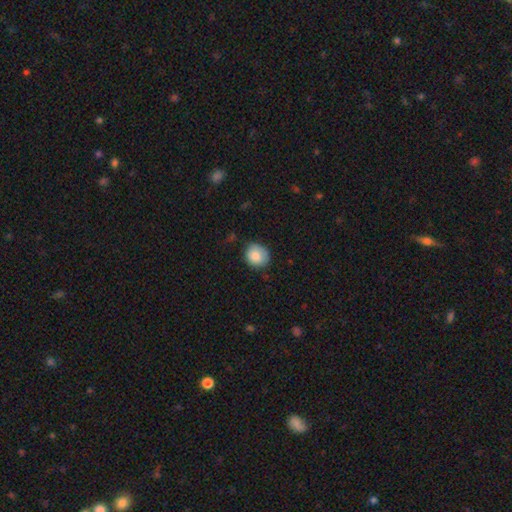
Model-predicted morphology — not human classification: smooth-or-featured: smooth: 85% | star or artifact: 8% | featured or disk: 7%
  how-rounded: round: 80% | in between: 19% | cigar-shaped: 1%
  merging: none: 77% | minor disturbance: 19% | major disturbance: 3% | merger: 1%